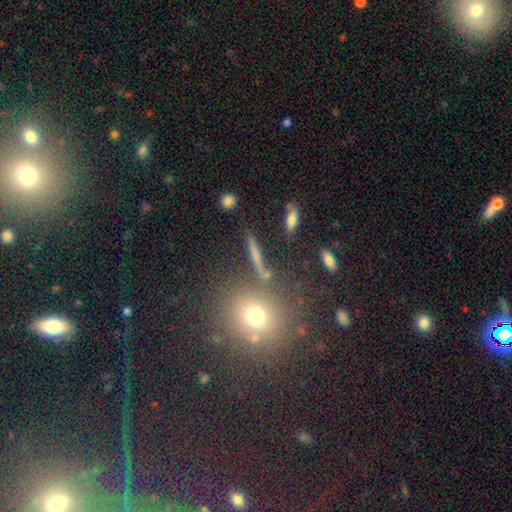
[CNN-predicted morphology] Smooth or featured: smooth — 51% (featured or disk — 32%)
How rounded: cigar-shaped — 71% (round — 15%)
Merging: none — 81% (minor disturbance — 9%)